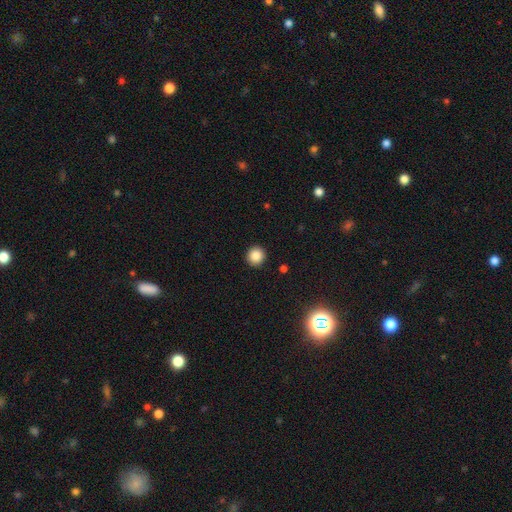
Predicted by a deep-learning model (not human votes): This is clearly a smooth galaxy (85%). How rounded: clearly round (92%). Merging: clearly none (92%).